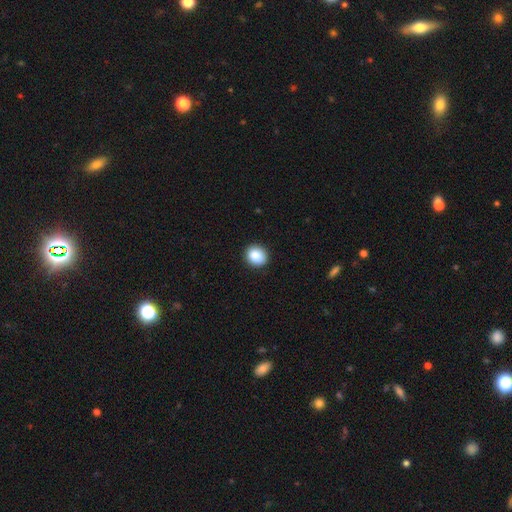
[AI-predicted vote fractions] smooth_or_featured: smooth (p=0.88) [alt: star or artifact p=0.09]
how_rounded: round (p=0.75) [alt: in between p=0.24]
merging: none (p=0.90) [alt: minor disturbance p=0.07]